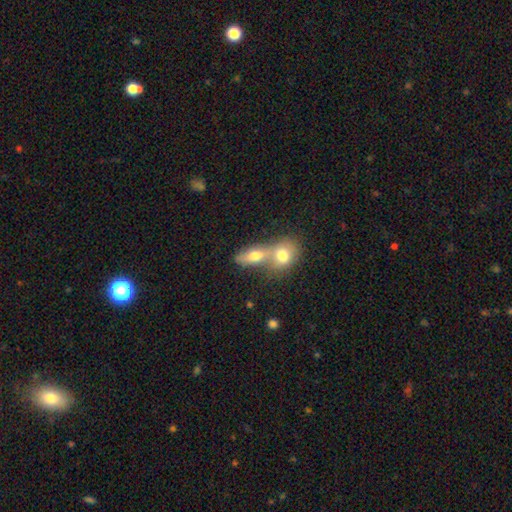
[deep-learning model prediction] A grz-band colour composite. It shows a smooth galaxy with no disk features (67%) that is in between round and cigar-shaped (64%). Merging: merger (70%).